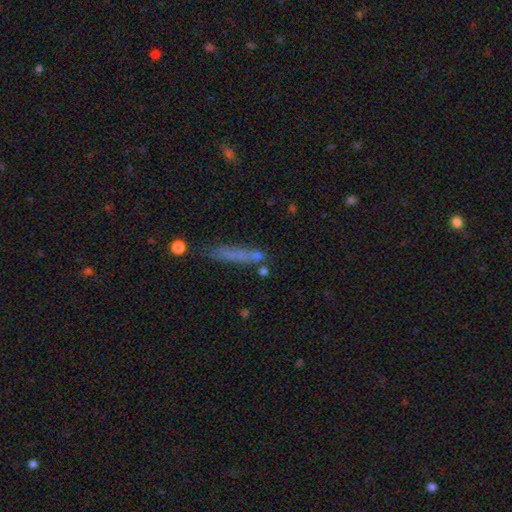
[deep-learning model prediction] Q: Smooth or featured?
A: smooth (63%); runner-up: featured or disk (23%)
Q: How rounded?
A: cigar-shaped (84%); runner-up: in between (12%)
Q: Merging?
A: none (61%); runner-up: minor disturbance (19%)